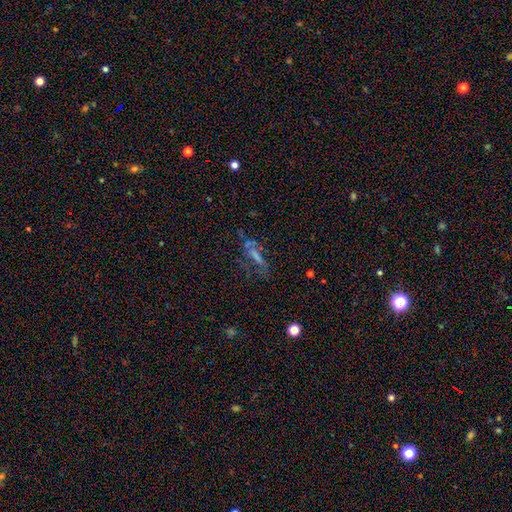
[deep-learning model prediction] Overall: featured or disk (39%; smooth 31%). Merging: none (54%; major disturbance 22%).